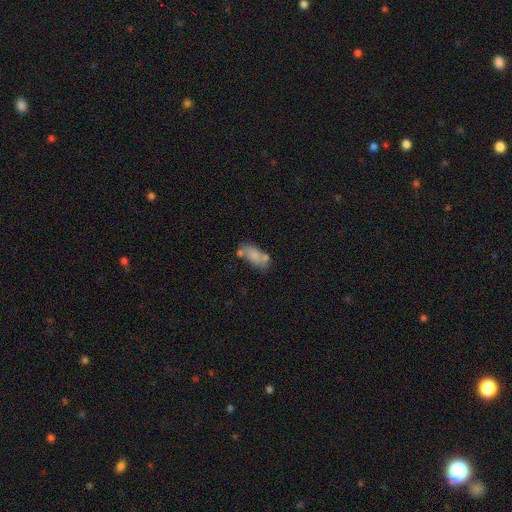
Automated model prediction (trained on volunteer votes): Morphology: type=smooth (73%); roundness=in between (87%); merging=none (47%).